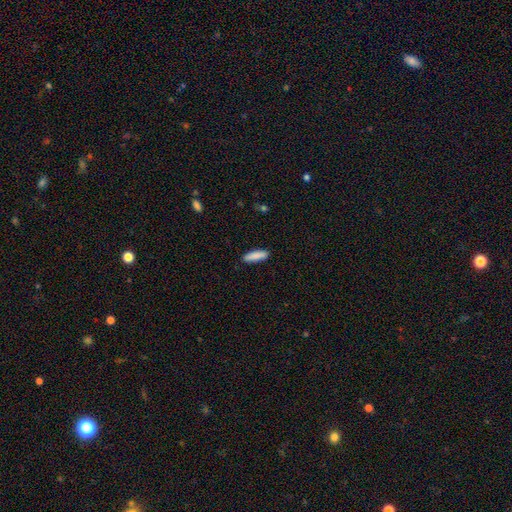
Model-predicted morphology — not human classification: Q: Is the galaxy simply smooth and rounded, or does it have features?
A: smooth — 88%.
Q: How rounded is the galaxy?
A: cigar-shaped — 66%.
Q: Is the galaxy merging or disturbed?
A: none — 89%.